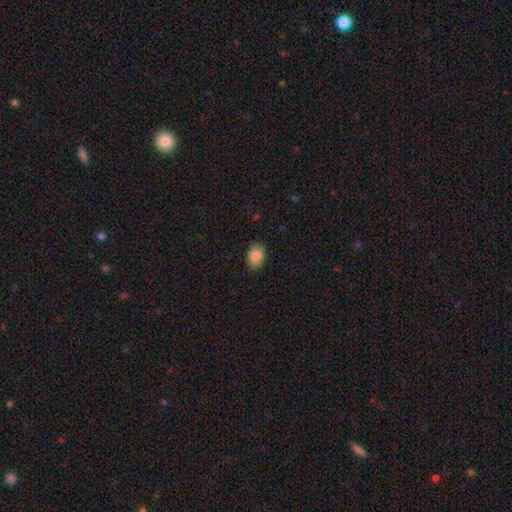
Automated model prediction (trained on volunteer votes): A smooth galaxy with no disk features (85%) that is in between round and cigar-shaped (77%).

Vote fractions:
- Smooth or featured? smooth: 85% / star or artifact: 8% / featured or disk: 7%
- How rounded? in between: 77% / round: 22% / cigar-shaped: 1%
- Merging? none: 88% / minor disturbance: 9% / major disturbance: 2% / merger: 1%